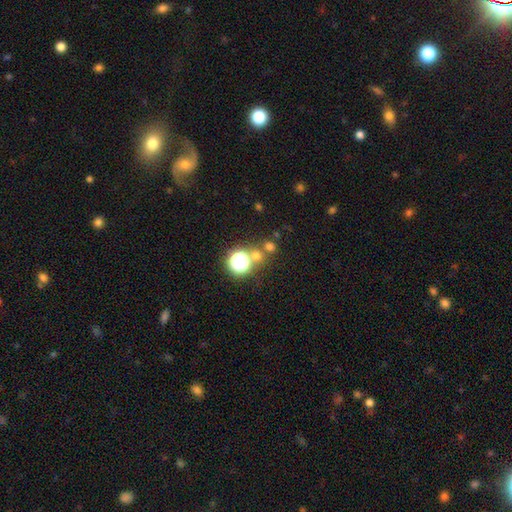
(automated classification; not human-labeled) Smooth or featured? smooth (60%)
How rounded? round (87%)
Merging? none (64%)